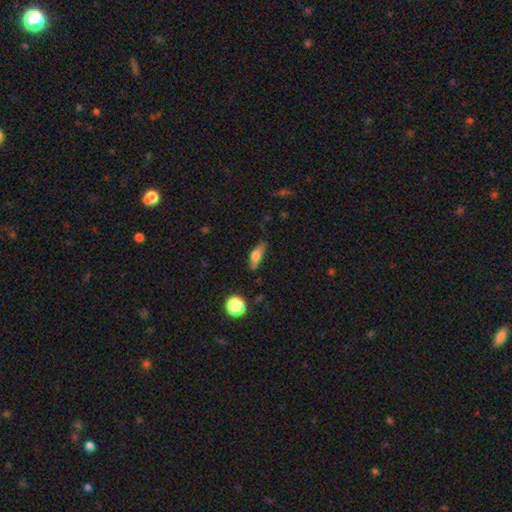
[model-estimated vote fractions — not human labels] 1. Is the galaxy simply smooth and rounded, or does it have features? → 60% smooth, 31% featured or disk, 9% star or artifact.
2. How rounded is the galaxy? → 56% in between, 38% cigar-shaped, 6% round.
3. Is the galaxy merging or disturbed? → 73% none, 20% minor disturbance, 5% major disturbance, 2% merger.